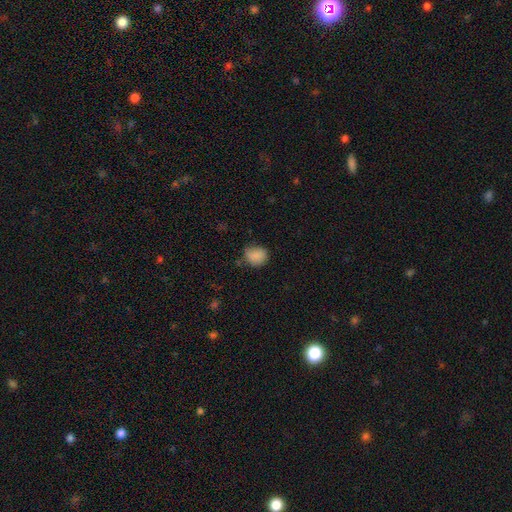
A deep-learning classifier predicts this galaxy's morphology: Smooth or featured?
  - smooth: 86% *
  - star or artifact: 9%
  - featured or disk: 5%
How rounded?
  - round: 69% *
  - in between: 30%
  - cigar-shaped: 1%
Merging?
  - none: 66% *
  - minor disturbance: 26%
  - major disturbance: 6%
  - merger: 2%